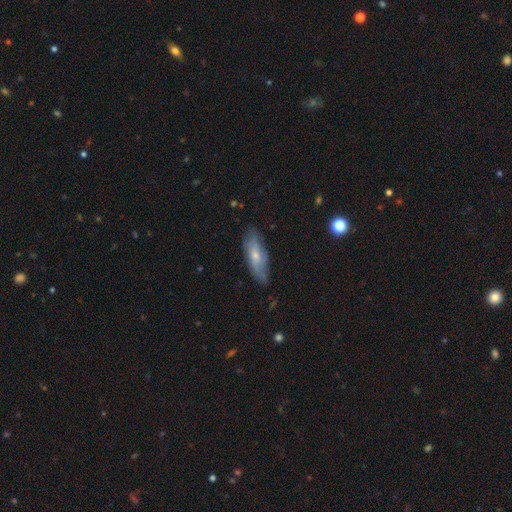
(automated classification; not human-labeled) smooth_or_featured: smooth (p=0.52) [alt: featured or disk p=0.42]
how_rounded: in between (p=0.60) [alt: cigar-shaped p=0.37]
merging: none (p=0.73) [alt: minor disturbance p=0.22]